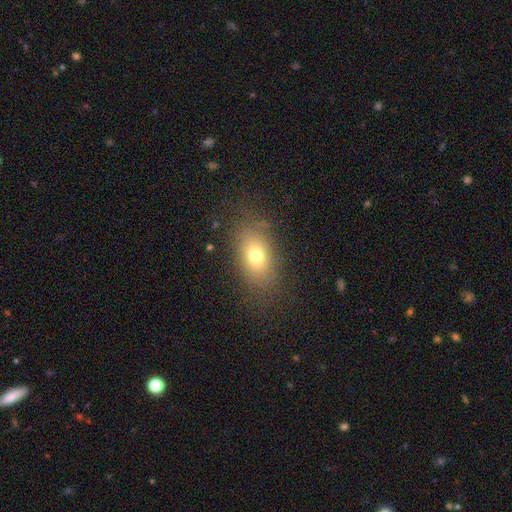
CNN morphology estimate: This appears to be a smooth galaxy with no disk features (71%) that is in between round and cigar-shaped (81%). Merging: none (79%).